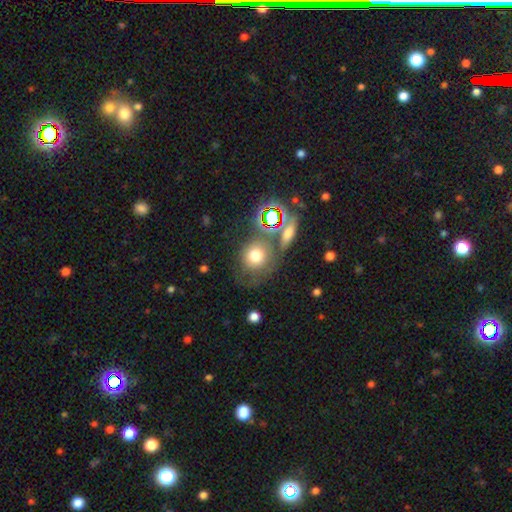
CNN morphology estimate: Smooth or featured? smooth (67%)
How rounded? round (84%)
Merging? none (55%)